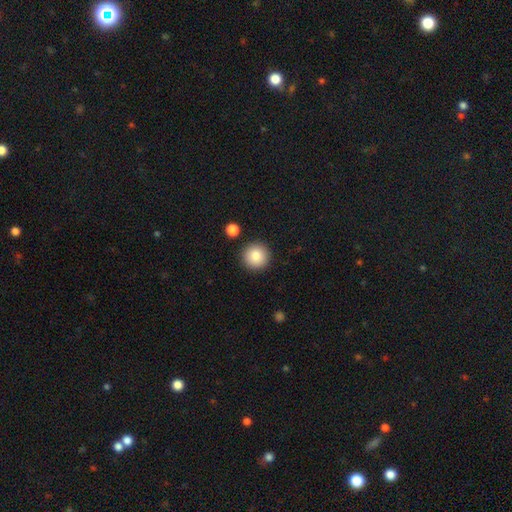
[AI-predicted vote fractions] Smooth or featured? smooth (82%)
How rounded? round (96%)
Merging? none (90%)